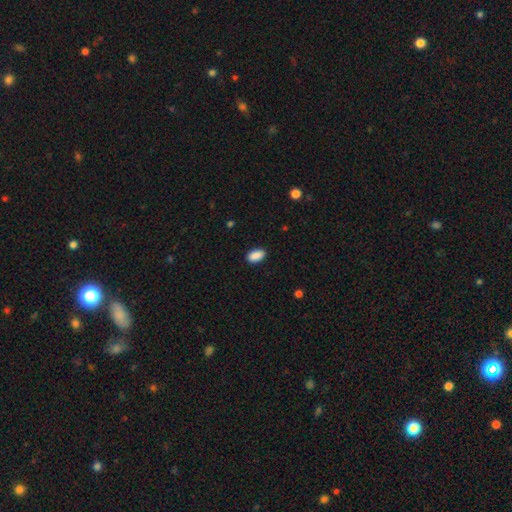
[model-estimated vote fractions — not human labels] Smooth or featured? Predicted: smooth (p=0.90). How rounded? Predicted: in between (p=0.93). Merging? Predicted: none (p=0.88).